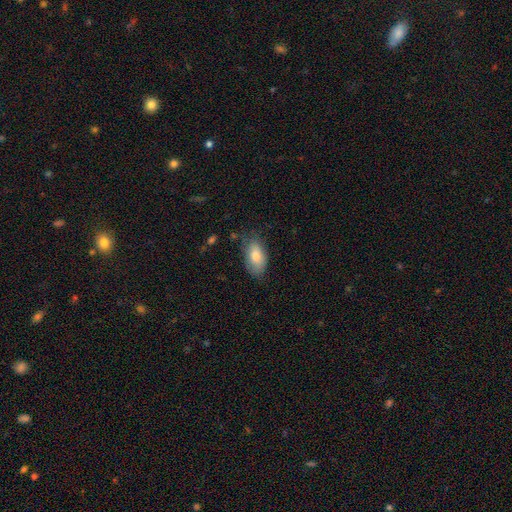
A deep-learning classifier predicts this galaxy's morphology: Smooth or featured? Predicted: smooth (p=0.81). How rounded? Predicted: in between (p=0.93). Merging? Predicted: none (p=0.72).